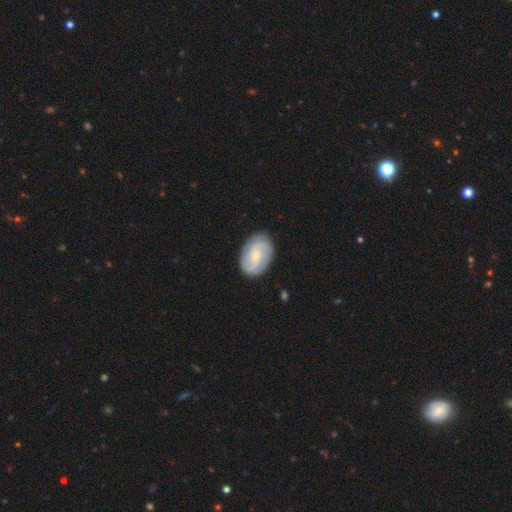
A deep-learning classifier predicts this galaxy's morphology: type=featured or disk (71%); edge-on=no (98%); bar=no (64%); spiral arms=yes (94%); winding=tight (50%); arm count=2 (27%, tied with 3 and can't tell); bulge=small (75%); merging=none (82%).